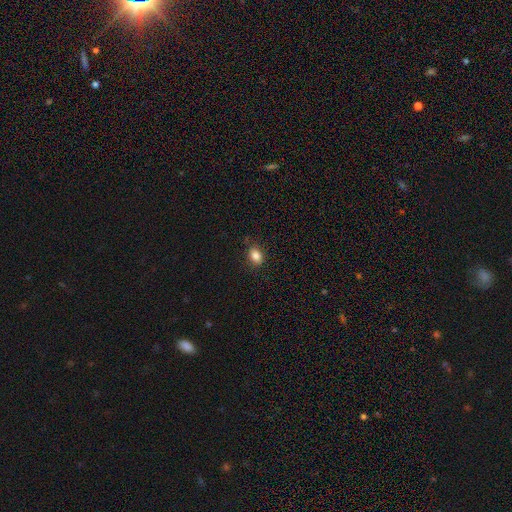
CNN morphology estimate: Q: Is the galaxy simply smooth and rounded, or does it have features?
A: smooth — 84%.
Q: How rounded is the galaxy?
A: in between — 68%.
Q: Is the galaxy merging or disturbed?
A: none — 84%.